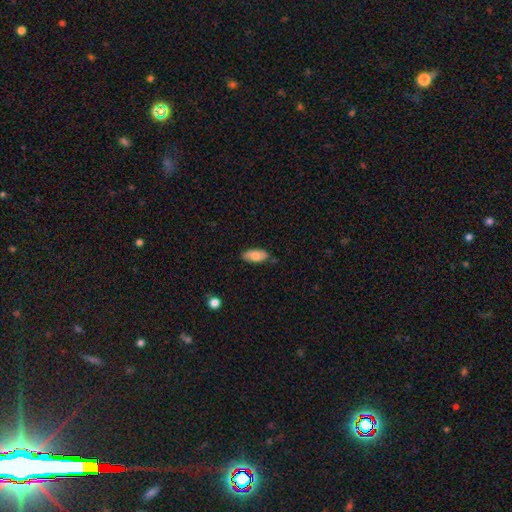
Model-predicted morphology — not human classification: smooth_or_featured: smooth (p=0.79) [alt: featured or disk p=0.15]
how_rounded: in between (p=0.90) [alt: cigar-shaped p=0.08]
merging: none (p=0.80) [alt: minor disturbance p=0.16]